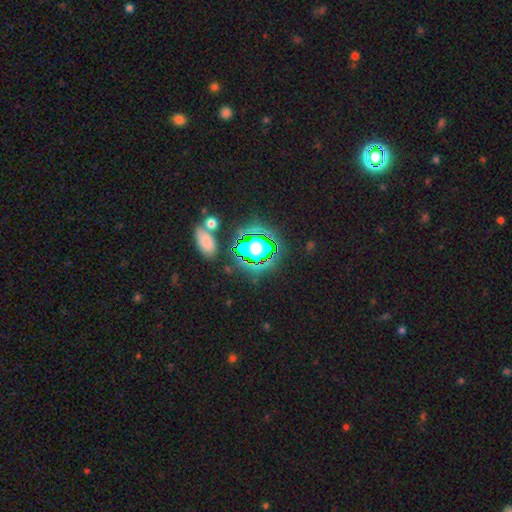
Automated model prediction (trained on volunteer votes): Smooth or featured? Predicted: star or artifact (p=0.76).